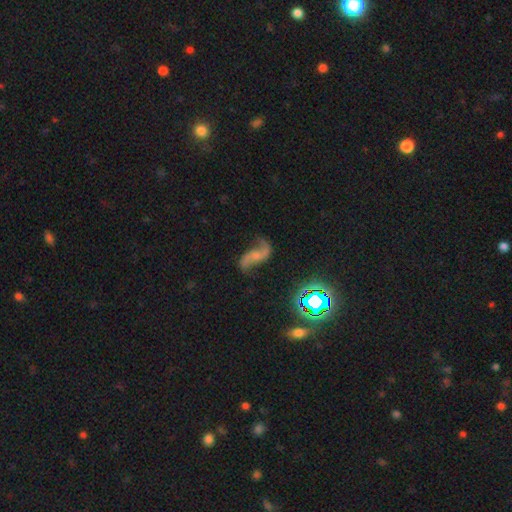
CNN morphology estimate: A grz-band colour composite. It shows a featured or disk galaxy (82%) with no bar (57%), 2 (92%) loose (88%) spiral arms (95%) and a small central bulge (46%). Merging: none (68%).